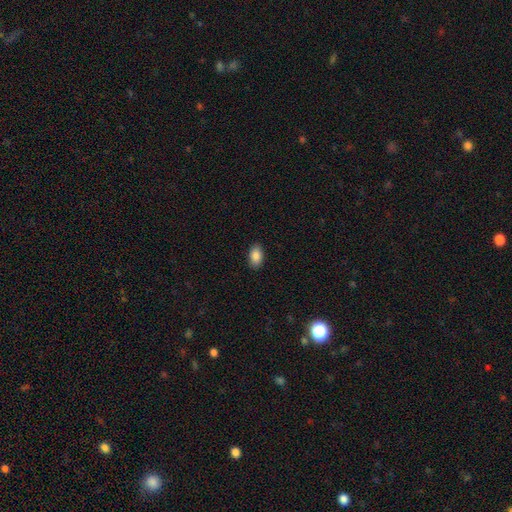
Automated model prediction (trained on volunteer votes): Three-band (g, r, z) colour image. It shows a smooth galaxy with no disk features (87%) that is in between round and cigar-shaped (93%). Merging: none (90%).